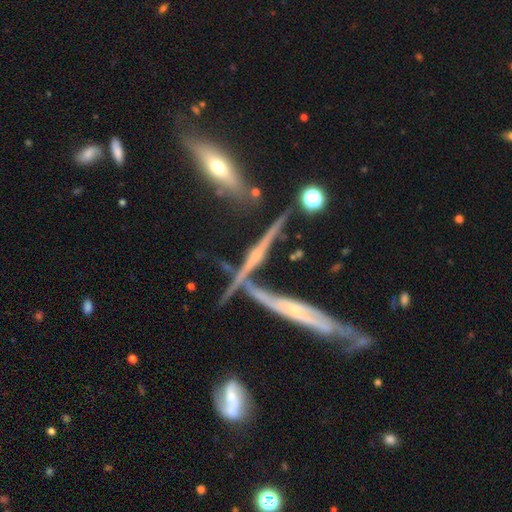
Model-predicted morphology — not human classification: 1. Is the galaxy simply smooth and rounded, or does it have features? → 74% featured or disk, 14% smooth, 12% star or artifact.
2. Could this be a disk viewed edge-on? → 90% yes, 10% no.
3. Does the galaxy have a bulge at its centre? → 67% rounded, 22% none, 12% boxy.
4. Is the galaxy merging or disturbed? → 59% none, 21% merger, 14% minor disturbance, 6% major disturbance.